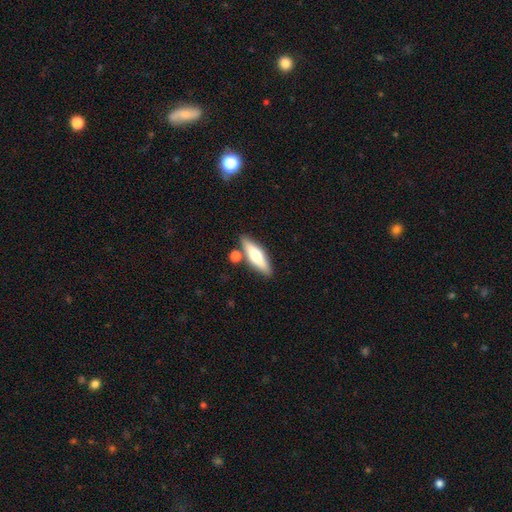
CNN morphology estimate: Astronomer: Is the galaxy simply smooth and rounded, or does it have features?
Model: smooth — 56% (runner-up: featured or disk, 38%).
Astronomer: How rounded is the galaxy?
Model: cigar-shaped — 55% (runner-up: in between, 43%).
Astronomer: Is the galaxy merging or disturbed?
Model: none — 78%.